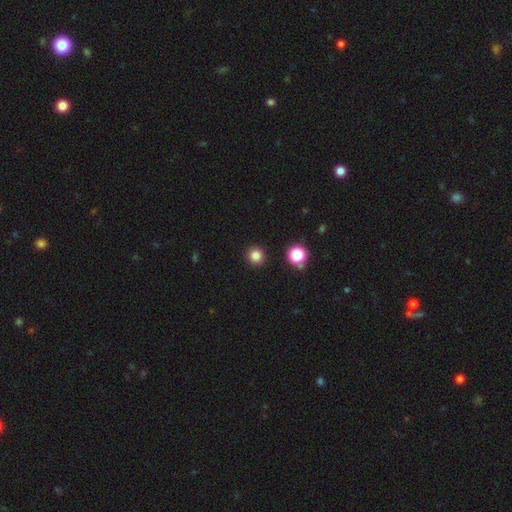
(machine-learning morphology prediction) Q: Smooth or featured?
A: smooth (83%); runner-up: star or artifact (13%)
Q: How rounded?
A: round (94%); runner-up: in between (5%)
Q: Merging?
A: none (92%); runner-up: minor disturbance (5%)